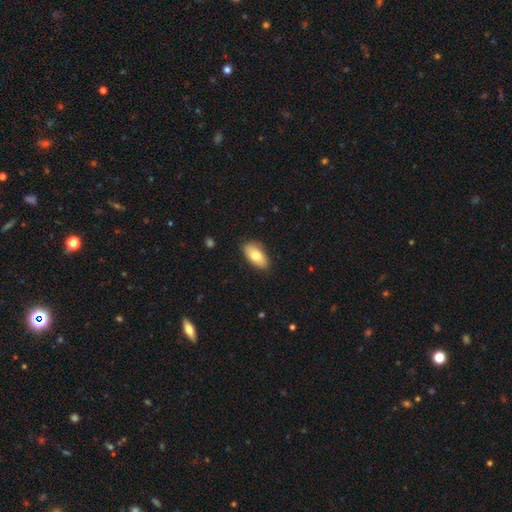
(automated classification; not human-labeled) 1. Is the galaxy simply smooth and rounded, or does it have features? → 76% smooth, 17% featured or disk, 7% star or artifact.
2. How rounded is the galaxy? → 92% in between, 5% cigar-shaped, 3% round.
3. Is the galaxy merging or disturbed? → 85% none, 12% minor disturbance, 2% major disturbance, 1% merger.